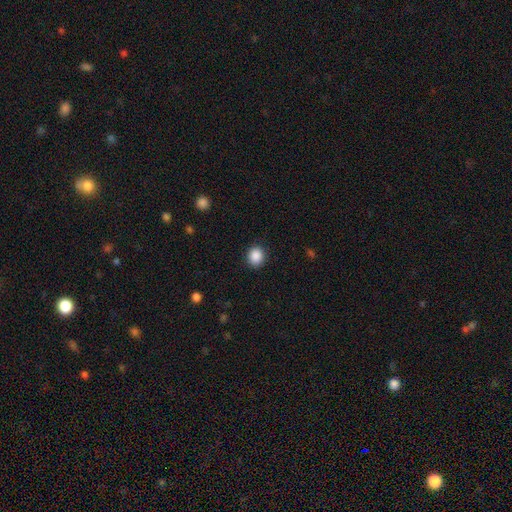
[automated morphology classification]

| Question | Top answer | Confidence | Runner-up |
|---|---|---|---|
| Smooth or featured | smooth | 88% | star or artifact (9%) |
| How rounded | round | 76% | in between (23%) |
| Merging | none | 90% | minor disturbance (7%) |